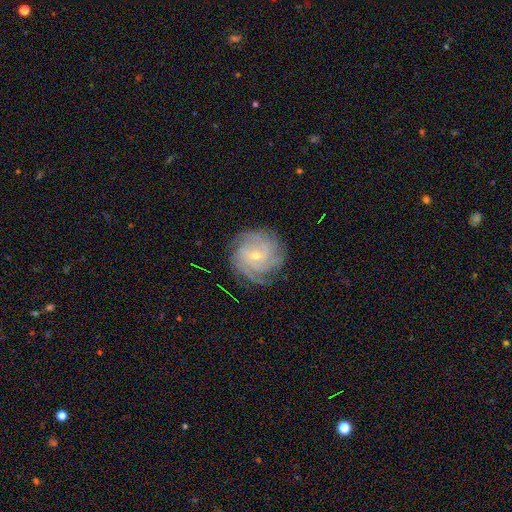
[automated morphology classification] Smooth or featured? Predicted: featured or disk (p=0.86). Edge-on disk? Predicted: no (p=0.97). Bar? Predicted: no (p=0.55). Spiral arms? Predicted: yes (p=0.98). Spiral winding? Predicted: tight (p=0.76). Spiral arm count? Predicted: 4 (p=0.28). Bulge size? Predicted: small (p=0.71). Merging? Predicted: none (p=0.82).